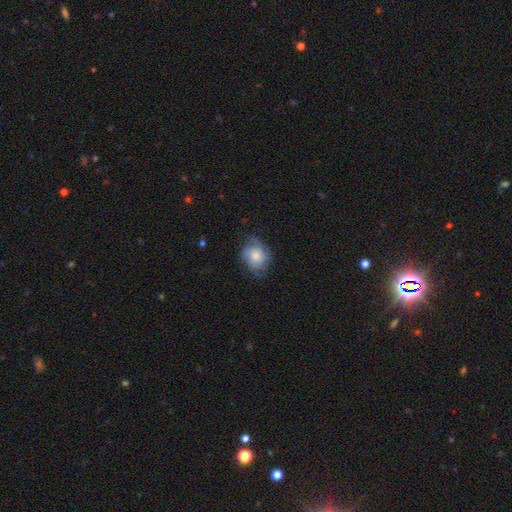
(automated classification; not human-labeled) smooth-or-featured: smooth: 57% | featured or disk: 35% | star or artifact: 8%
  how-rounded: round: 54% | in between: 45% | cigar-shaped: 1%
  merging: none: 62% | minor disturbance: 27% | major disturbance: 9% | merger: 1%